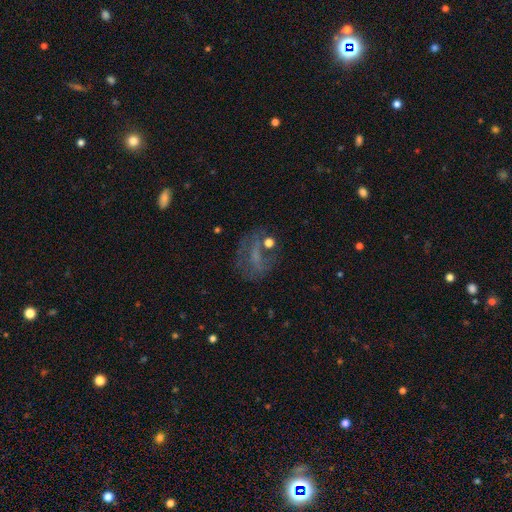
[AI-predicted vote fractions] This is possibly a featured or disk galaxy (50%). Merging: possibly none (55%).